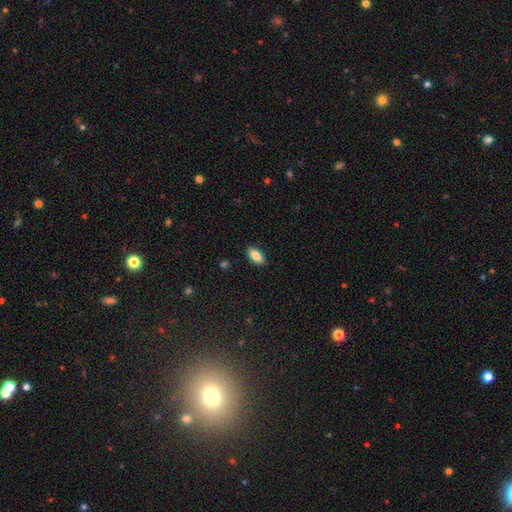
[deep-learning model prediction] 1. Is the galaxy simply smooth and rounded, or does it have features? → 84% smooth, 9% featured or disk, 7% star or artifact.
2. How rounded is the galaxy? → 88% in between, 10% cigar-shaped, 3% round.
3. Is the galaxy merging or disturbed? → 89% none, 8% minor disturbance, 2% major disturbance, 1% merger.